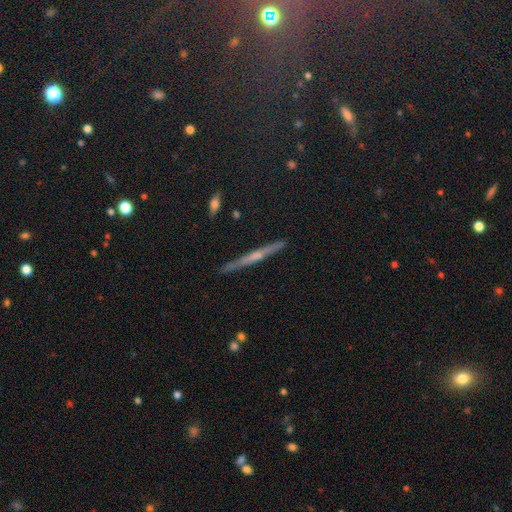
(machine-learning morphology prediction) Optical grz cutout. It shows a featured or disk galaxy (68%) viewed edge-on (97%) with a rounded central bulge (64%). Merging: none (90%).